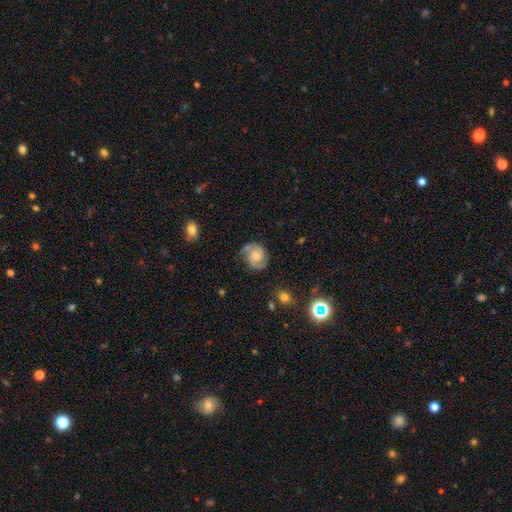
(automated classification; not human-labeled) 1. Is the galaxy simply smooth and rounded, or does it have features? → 71% featured or disk, 21% smooth, 8% star or artifact.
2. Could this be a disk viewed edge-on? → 98% no, 2% yes.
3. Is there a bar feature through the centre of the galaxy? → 68% no, 27% weak, 4% strong.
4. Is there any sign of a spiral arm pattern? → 93% yes, 7% no.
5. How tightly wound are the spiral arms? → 46% medium, 37% tight, 17% loose.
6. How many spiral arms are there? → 84% 2, 7% can't tell, 4% 1, 2% 3, 1% 4, 1% more than 4.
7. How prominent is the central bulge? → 43% moderate, 38% small, 10% none, 7% large, 2% dominant.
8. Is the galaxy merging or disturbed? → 65% none, 22% minor disturbance, 9% major disturbance, 4% merger.